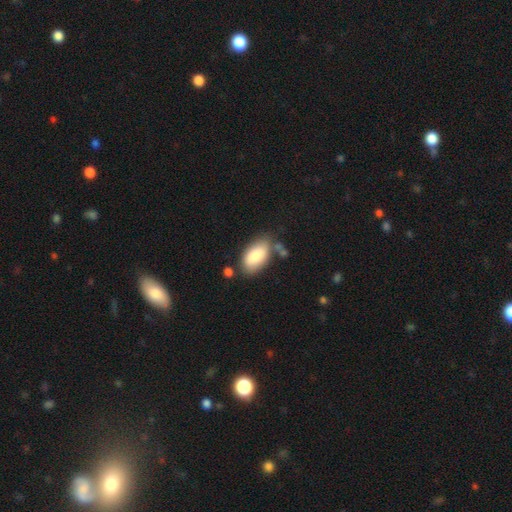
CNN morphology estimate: The model was most divided on "merging": none: 64%, minor disturbance: 20%, merger: 10%, major disturbance: 6%. More confident: how rounded — in between (94%); smooth or featured — smooth (85%).